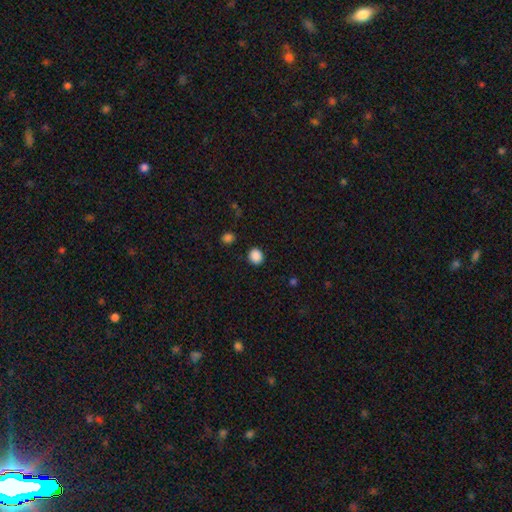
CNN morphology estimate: The model was most divided on "how rounded": round: 78%, in between: 21%, cigar-shaped: 1%. More confident: merging — none (89%); smooth or featured — smooth (87%).